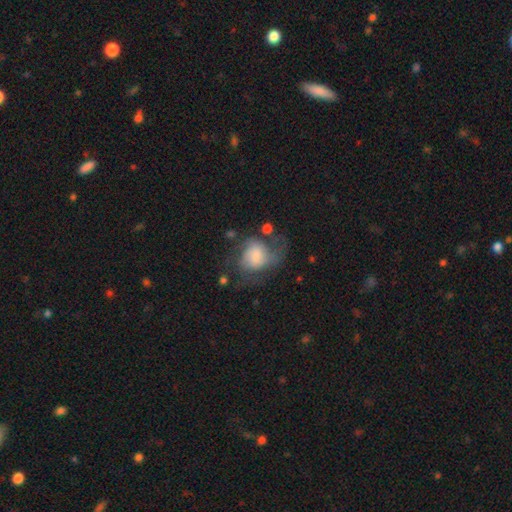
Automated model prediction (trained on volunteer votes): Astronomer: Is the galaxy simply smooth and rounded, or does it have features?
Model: featured or disk — 48% (runner-up: smooth, 43%).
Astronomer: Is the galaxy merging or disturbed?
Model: major disturbance — 40% (runner-up: none, 32%).